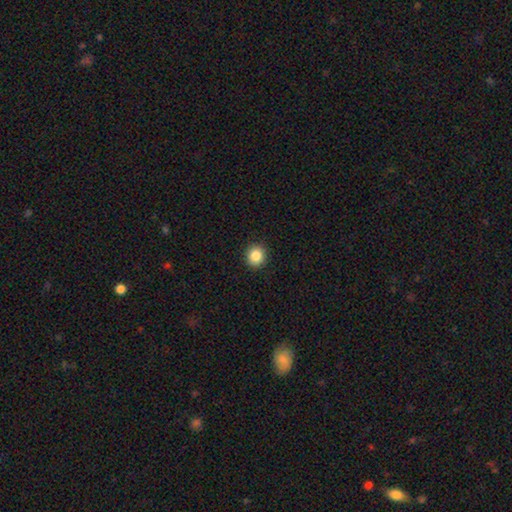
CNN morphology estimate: smooth-or-featured: smooth: 86% | star or artifact: 10% | featured or disk: 4%
  how-rounded: round: 85% | in between: 14% | cigar-shaped: 1%
  merging: none: 92% | minor disturbance: 6% | major disturbance: 2% | merger: 1%